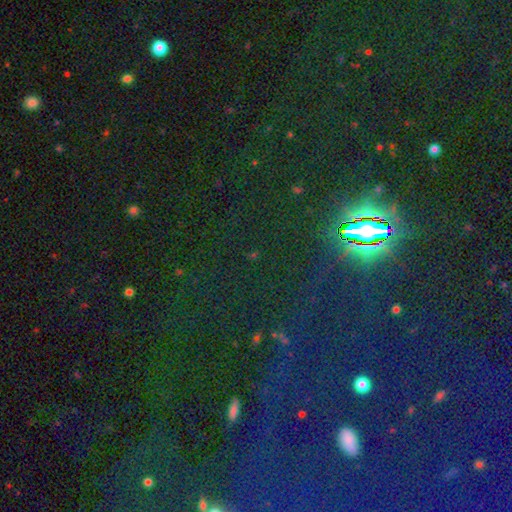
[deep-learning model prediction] A star or artifact, not a galaxy (84%).